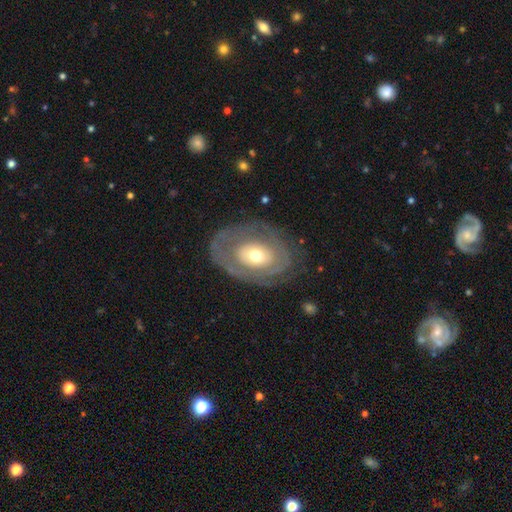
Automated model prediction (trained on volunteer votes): smooth-or-featured: featured or disk: 70% | smooth: 23% | star or artifact: 6%
  disk-edge-on: no: 94% | yes: 6%
    bar: no: 76% | weak: 17% | strong: 7%
    has-spiral-arms: yes: 51% | no: 49%
    bulge-size: moderate: 63% | small: 27% | large: 8% | dominant: 1% | none: 1%
  merging: none: 74% | minor disturbance: 16% | major disturbance: 9% | merger: 1%